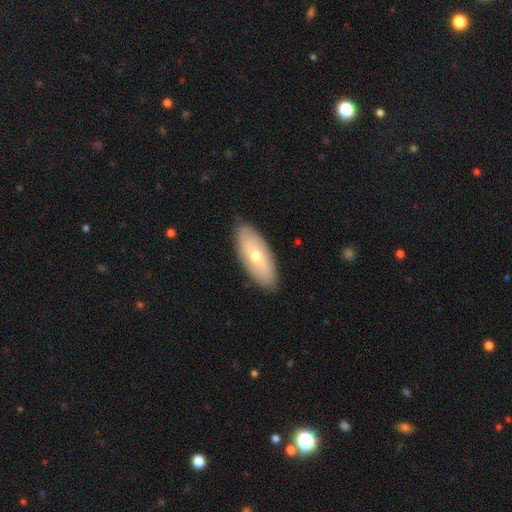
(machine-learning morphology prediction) Smooth or featured? smooth (54%)
How rounded? in between (81%)
Merging? none (88%)